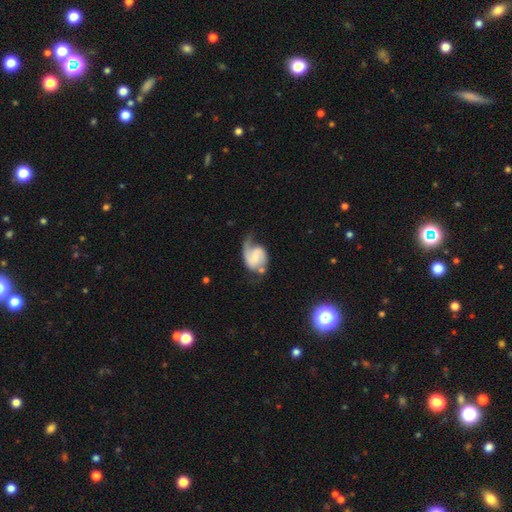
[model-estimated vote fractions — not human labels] A featured or disk galaxy (71%) with no bar (48%), 2 (62%) medium (42%) spiral arms (92%) and a small central bulge (46%). Merging: none (41%).